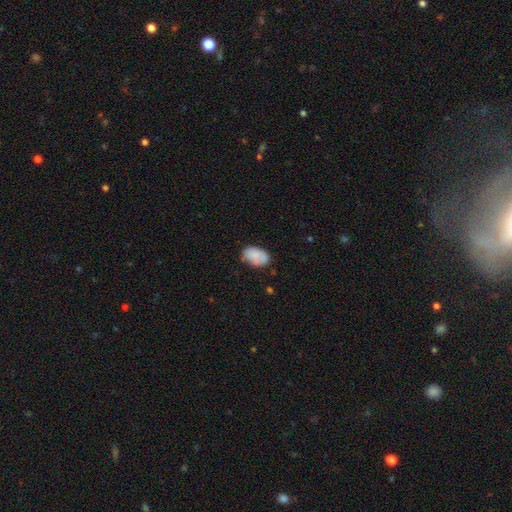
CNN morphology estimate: Smooth or featured?
  - smooth: 80% *
  - featured or disk: 13%
  - star or artifact: 7%
How rounded?
  - in between: 90% *
  - round: 9%
  - cigar-shaped: 1%
Merging?
  - none: 66% *
  - minor disturbance: 25%
  - major disturbance: 5%
  - merger: 4%